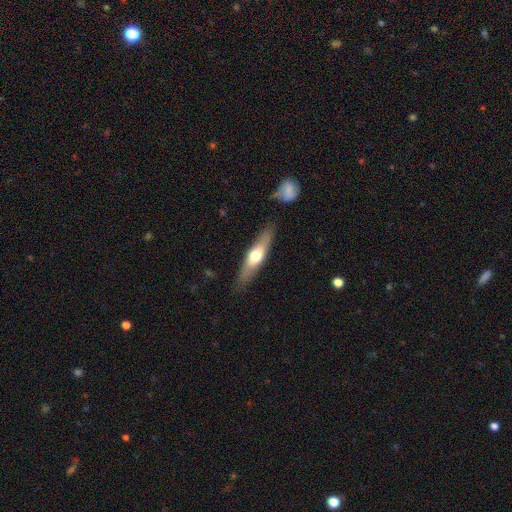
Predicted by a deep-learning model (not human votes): A smooth galaxy with no disk features (50%) that is cigar-shaped (68%).

Vote fractions:
- Smooth or featured? smooth: 50% / featured or disk: 44% / star or artifact: 6%
- How rounded? cigar-shaped: 68% / in between: 30% / round: 2%
- Merging? none: 83% / minor disturbance: 12% / major disturbance: 3% / merger: 2%